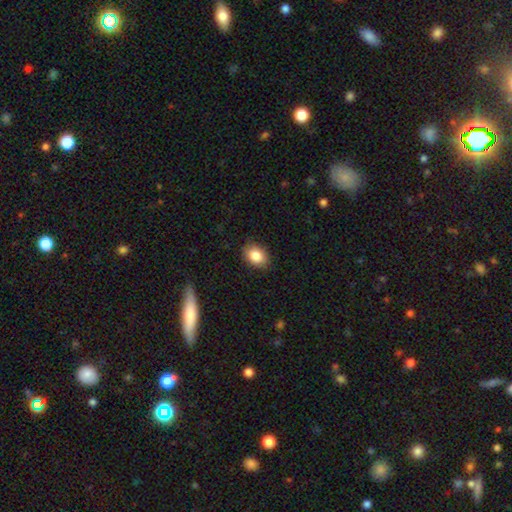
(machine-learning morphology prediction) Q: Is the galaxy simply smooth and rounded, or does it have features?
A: smooth — 85%.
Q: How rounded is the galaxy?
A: in between — 68%.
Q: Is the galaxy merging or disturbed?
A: none — 86%.